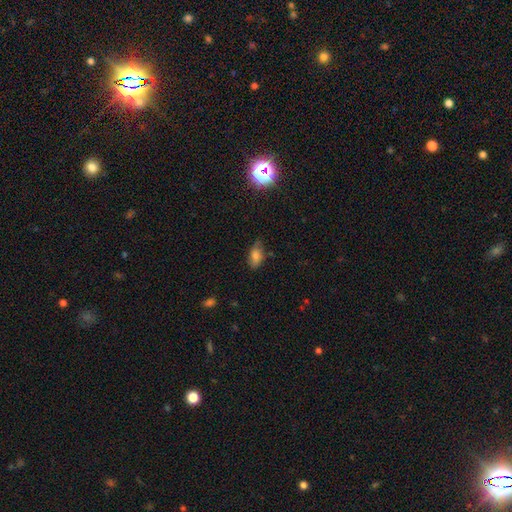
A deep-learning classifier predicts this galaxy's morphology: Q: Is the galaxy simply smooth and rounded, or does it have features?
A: smooth — 76%.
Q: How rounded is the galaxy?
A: in between — 89%.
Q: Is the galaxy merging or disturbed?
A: none — 67%.